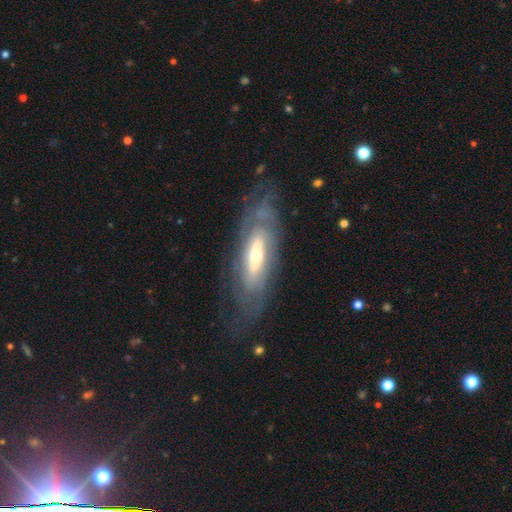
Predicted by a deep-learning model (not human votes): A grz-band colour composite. It shows a featured or disk galaxy (72%) with no bar (66%), spiral arms (67%) and a moderate central bulge (50%). Merging: none (67%).